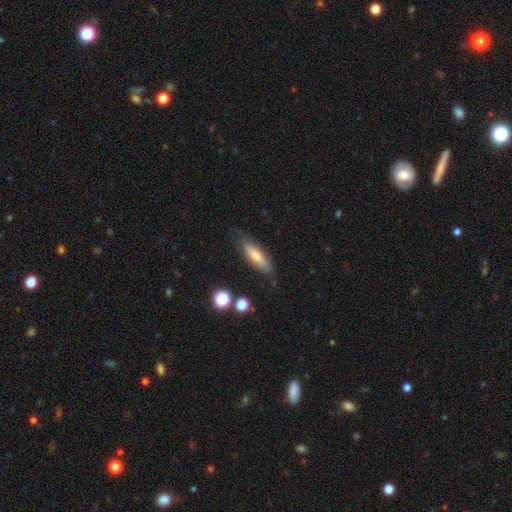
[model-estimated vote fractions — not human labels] smooth-or-featured: smooth: 63% | featured or disk: 29% | star or artifact: 8%
  how-rounded: cigar-shaped: 58% | in between: 40% | round: 2%
  merging: none: 71% | minor disturbance: 21% | major disturbance: 6% | merger: 2%